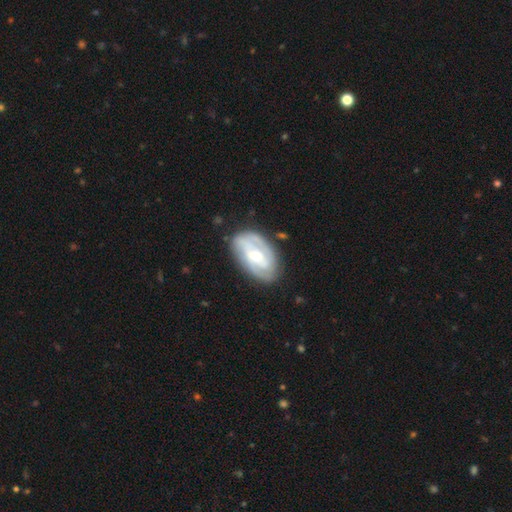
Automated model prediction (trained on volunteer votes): smooth_or_featured: featured or disk (p=0.74) [alt: smooth p=0.21]
disk_edge_on: no (p=0.95) [alt: yes p=0.05]
bar: weak (p=0.45) [alt: no p=0.33]
has_spiral_arms: yes (p=0.84) [alt: no p=0.16]
spiral_winding: tight (p=0.48) [alt: medium p=0.37]
spiral_arm_count: 2 (p=0.53) [alt: can't tell p=0.25]
bulge_size: moderate (p=0.58) [alt: small p=0.35]
merging: none (p=0.74) [alt: minor disturbance p=0.19]